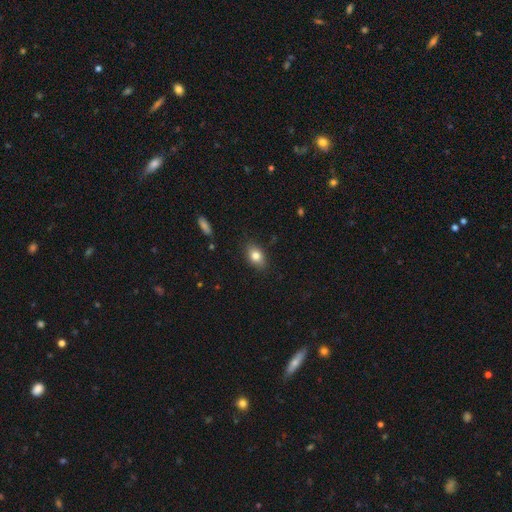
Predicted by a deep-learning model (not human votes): smooth 79%, featured or disk 12%, star or artifact 9%. Down the decision tree: how rounded — in between (80%); merging — none (85%).